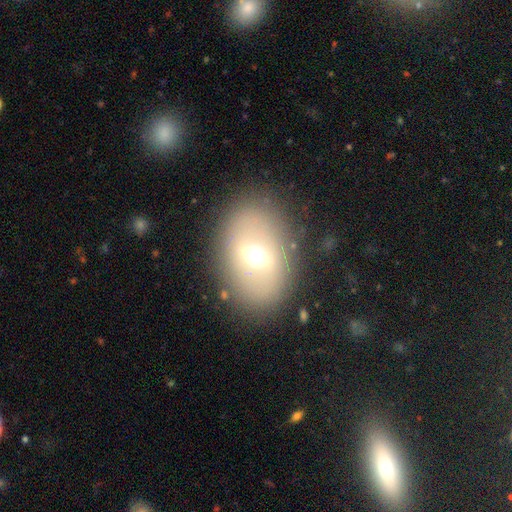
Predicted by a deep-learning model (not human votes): A featured or disk galaxy (50%). Merging: none (81%).